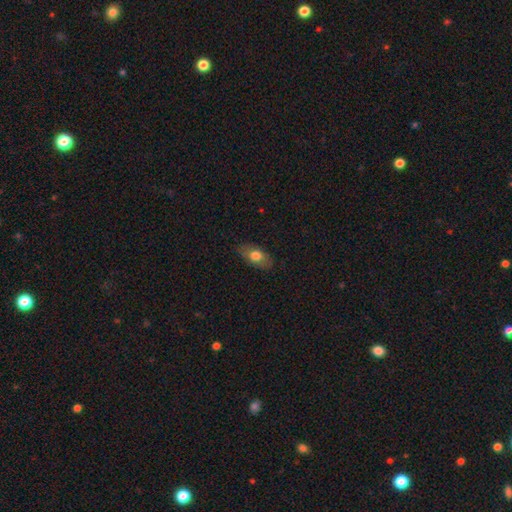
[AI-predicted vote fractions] Smooth or featured?
  - smooth: 72% *
  - featured or disk: 21%
  - star or artifact: 7%
How rounded?
  - in between: 88% *
  - round: 6%
  - cigar-shaped: 6%
Merging?
  - none: 81% *
  - minor disturbance: 15%
  - major disturbance: 3%
  - merger: 1%